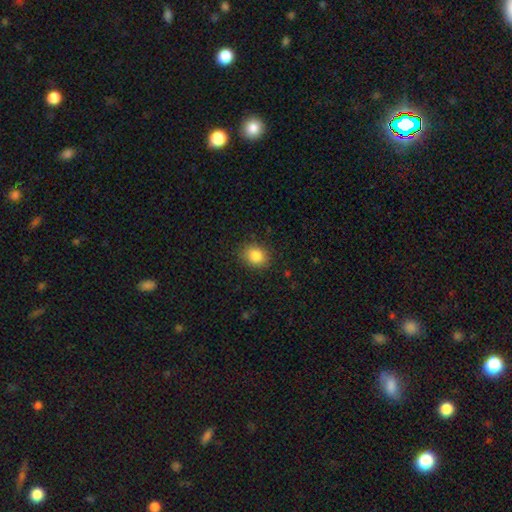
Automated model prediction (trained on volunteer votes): The model was most divided on "how rounded": round: 52%, in between: 47%, cigar-shaped: 1%. More confident: merging — none (85%); smooth or featured — smooth (85%).